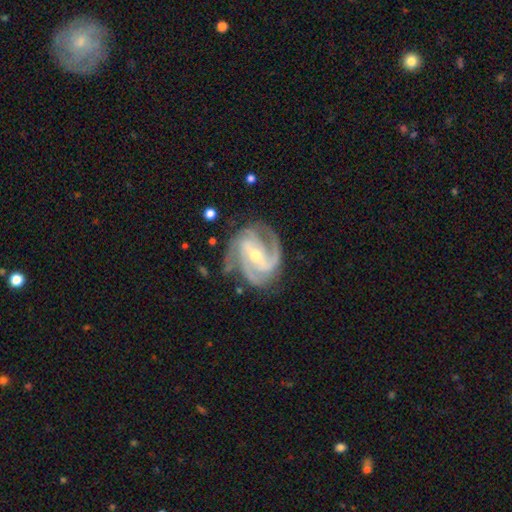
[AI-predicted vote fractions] This is clearly a featured or disk galaxy (93%). It is clearly not viewed edge-on (98%). Bar: marginally strong (42%). Spiral arm pattern: clearly yes (98%). Spiral arm count: possibly 3 (54%). Spiral winding: possibly medium (47%). Central bulge: possibly small (50%). Merging: likely none (73%).